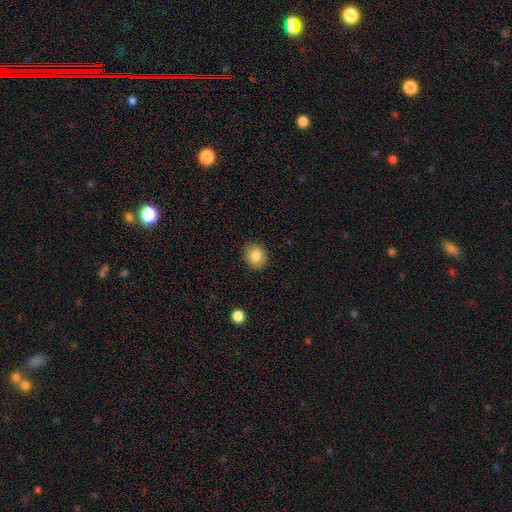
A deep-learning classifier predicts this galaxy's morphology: A smooth galaxy with no disk features (83%) that is round (75%). Merging: none (89%).